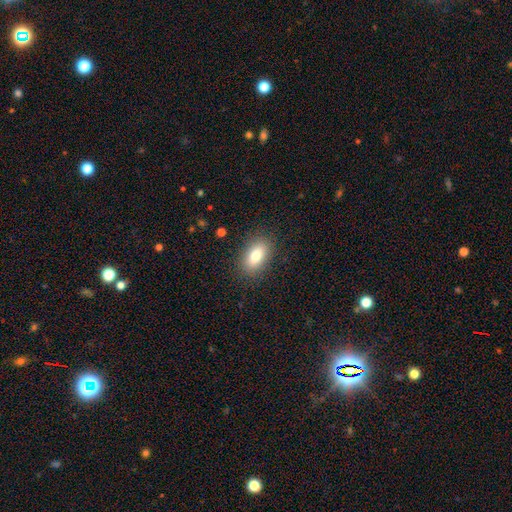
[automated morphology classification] smooth-or-featured: smooth: 81% | featured or disk: 11% | star or artifact: 8%
  how-rounded: in between: 89% | round: 6% | cigar-shaped: 5%
  merging: none: 86% | minor disturbance: 10% | major disturbance: 3% | merger: 1%